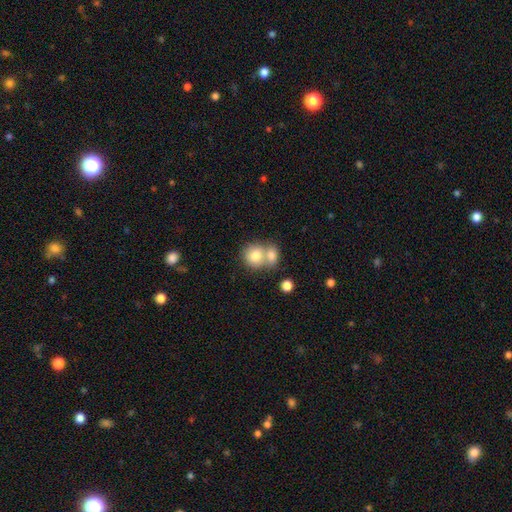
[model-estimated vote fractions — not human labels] A smooth galaxy with no disk features (78%) that is round (78%). Merging: merger (58%).